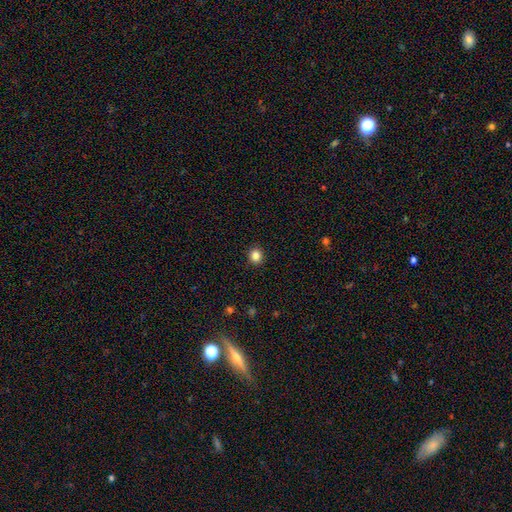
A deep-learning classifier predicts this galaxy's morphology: smooth 84%, star or artifact 11%, featured or disk 4%. Down the decision tree: how rounded — round (83%); merging — none (92%).